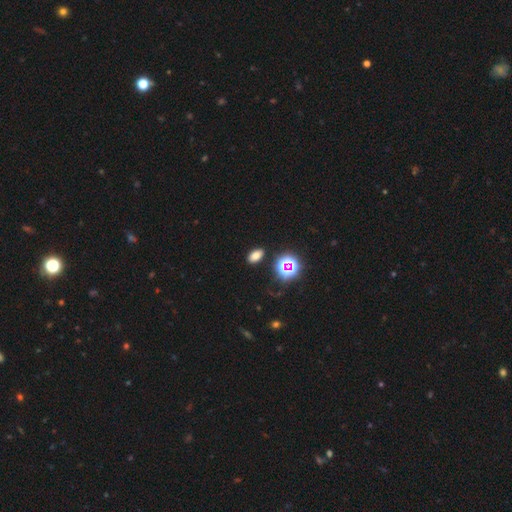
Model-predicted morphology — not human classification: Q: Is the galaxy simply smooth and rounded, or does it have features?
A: smooth — 72%.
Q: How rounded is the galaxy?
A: in between — 87%.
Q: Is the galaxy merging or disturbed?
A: none — 88%.